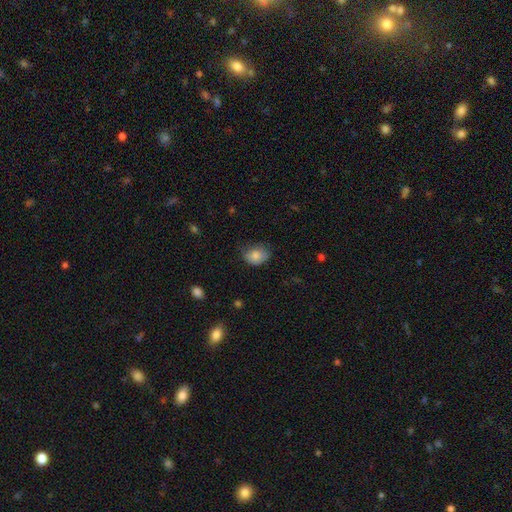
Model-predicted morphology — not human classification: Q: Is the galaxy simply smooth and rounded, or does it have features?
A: smooth — 83%.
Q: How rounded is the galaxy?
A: in between — 62%.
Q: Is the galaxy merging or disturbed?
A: none — 59%.